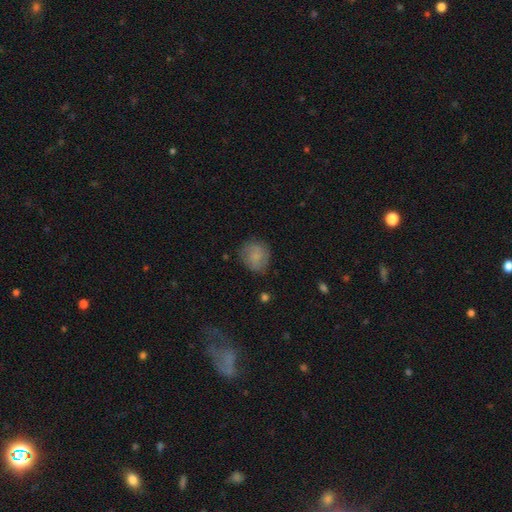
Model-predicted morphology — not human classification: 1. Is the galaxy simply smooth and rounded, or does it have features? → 70% smooth, 21% featured or disk, 9% star or artifact.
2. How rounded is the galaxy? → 82% round, 16% in between, 1% cigar-shaped.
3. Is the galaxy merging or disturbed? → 77% none, 17% minor disturbance, 5% major disturbance, 1% merger.